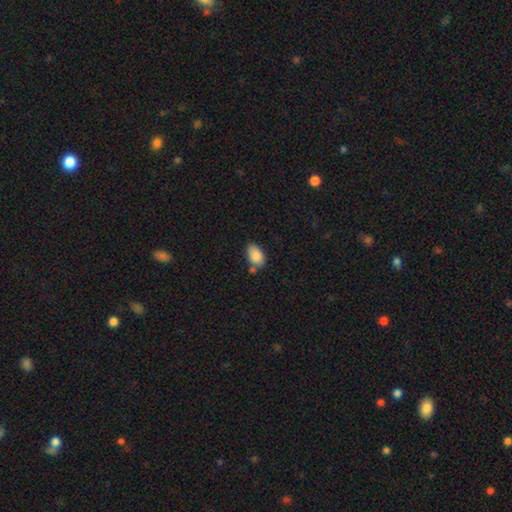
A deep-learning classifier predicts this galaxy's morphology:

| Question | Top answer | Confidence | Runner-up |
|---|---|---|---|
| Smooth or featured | smooth | 87% | star or artifact (7%) |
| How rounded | in between | 88% | round (10%) |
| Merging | none | 60% | minor disturbance (23%) |